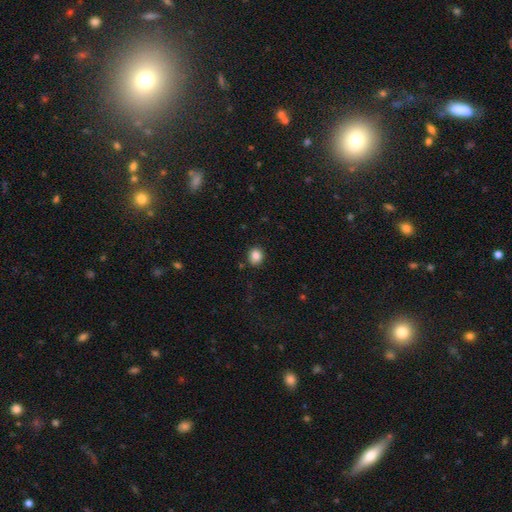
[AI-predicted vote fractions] Overall: smooth (86%). How rounded: round (70%). Merging: none (88%).